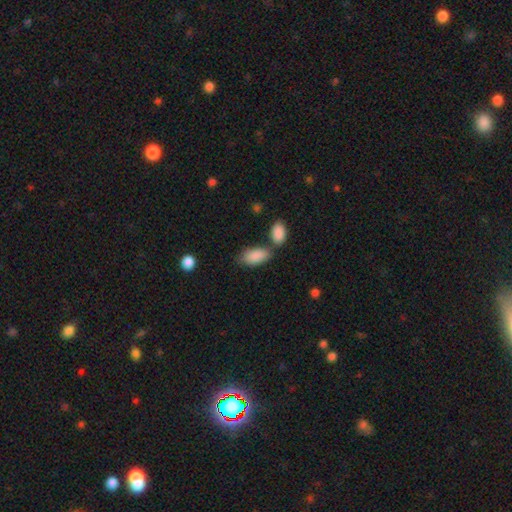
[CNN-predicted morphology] This is clearly a smooth galaxy (89%). How rounded: clearly in between (92%). Merging: possibly none (57%).